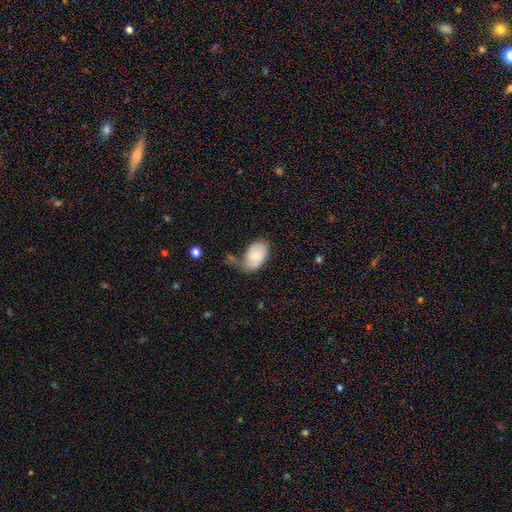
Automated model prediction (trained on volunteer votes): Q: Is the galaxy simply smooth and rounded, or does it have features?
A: smooth — 72%.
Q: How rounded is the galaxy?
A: in between — 90%.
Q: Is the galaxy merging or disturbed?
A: none — 39%.